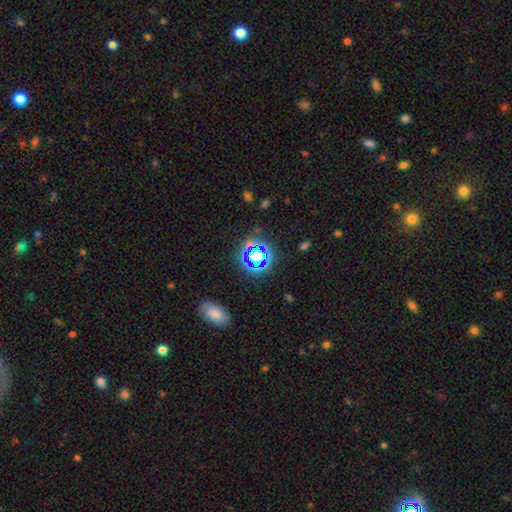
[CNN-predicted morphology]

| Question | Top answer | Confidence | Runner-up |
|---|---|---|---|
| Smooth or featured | star or artifact | 65% | smooth (24%) |